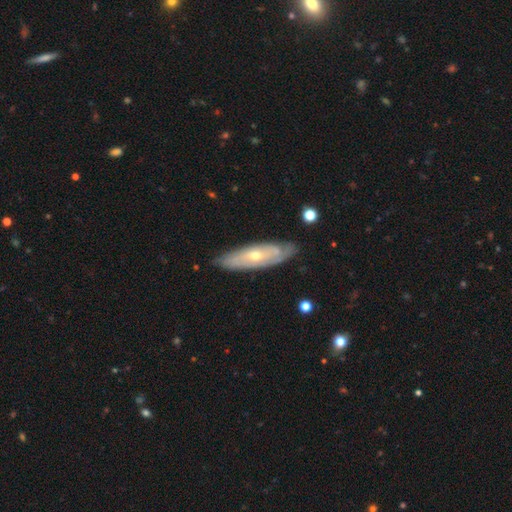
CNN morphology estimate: Smooth or featured? Predicted: featured or disk (p=0.70). Edge-on disk? Predicted: no (p=0.70). Merging? Predicted: none (p=0.79).